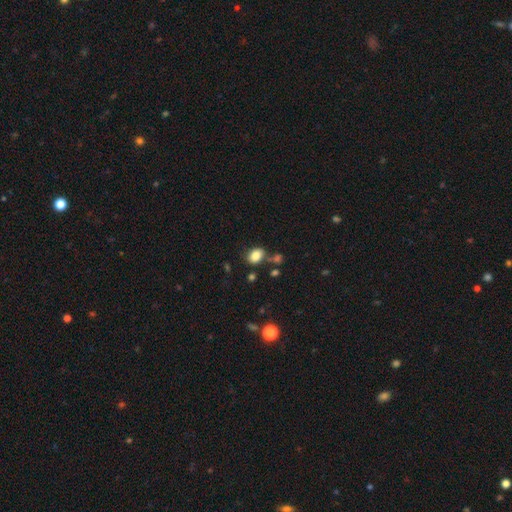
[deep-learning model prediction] Overall: smooth (84%). How rounded: in between (71%). Merging: none (68%).